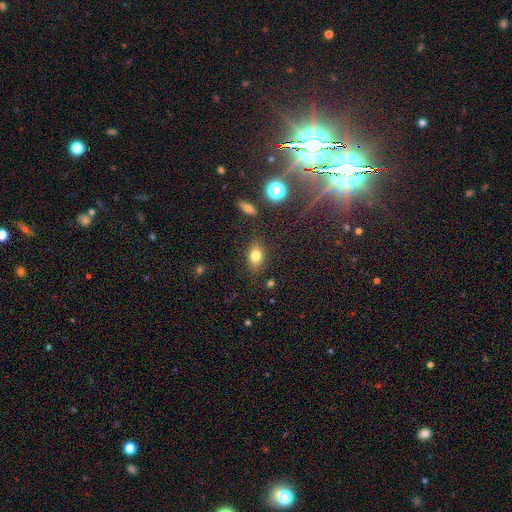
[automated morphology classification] A smooth galaxy with no disk features (76%) that is in between round and cigar-shaped (76%). Merging: none (81%).